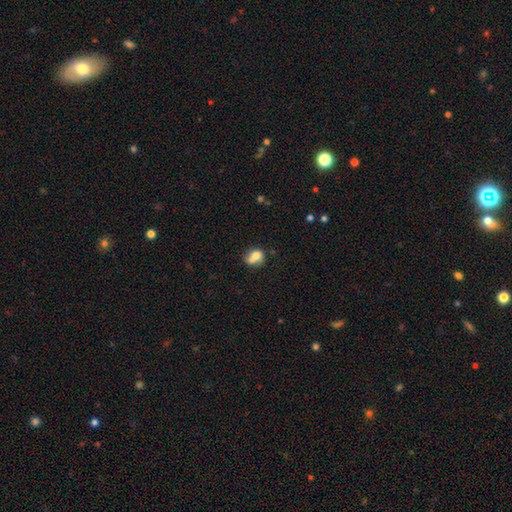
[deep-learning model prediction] Smooth or featured: smooth — 71% (featured or disk — 19%)
How rounded: round — 58% (in between — 40%)
Merging: merger — 46% (none — 32%)